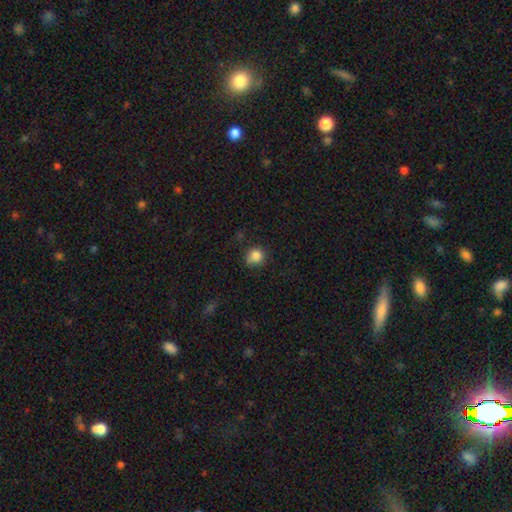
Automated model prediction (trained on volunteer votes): smooth-or-featured: smooth: 84% | star or artifact: 11% | featured or disk: 5%
  how-rounded: round: 87% | in between: 12% | cigar-shaped: 1%
  merging: none: 74% | minor disturbance: 20% | major disturbance: 4% | merger: 2%